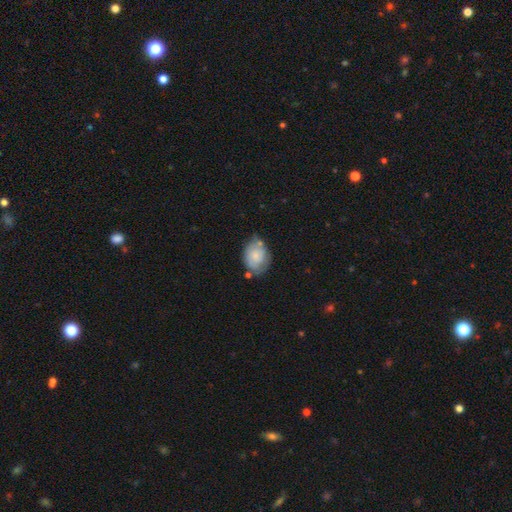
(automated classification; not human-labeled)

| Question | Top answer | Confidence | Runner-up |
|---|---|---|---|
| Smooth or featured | smooth | 62% | featured or disk (31%) |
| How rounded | in between | 66% | round (33%) |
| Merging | none | 50% | minor disturbance (30%) |